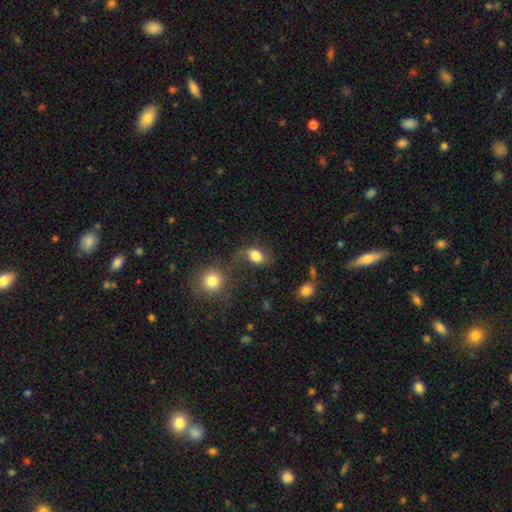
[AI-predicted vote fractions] A smooth galaxy with no disk features (76%) that is in between round and cigar-shaped (72%). Merging: none (44%).